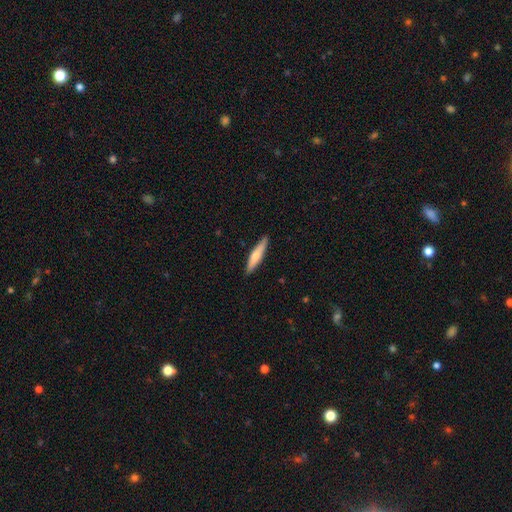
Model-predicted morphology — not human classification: Smooth or featured: smooth — 63% (featured or disk — 31%)
How rounded: cigar-shaped — 86% (in between — 13%)
Merging: none — 88% (minor disturbance — 9%)